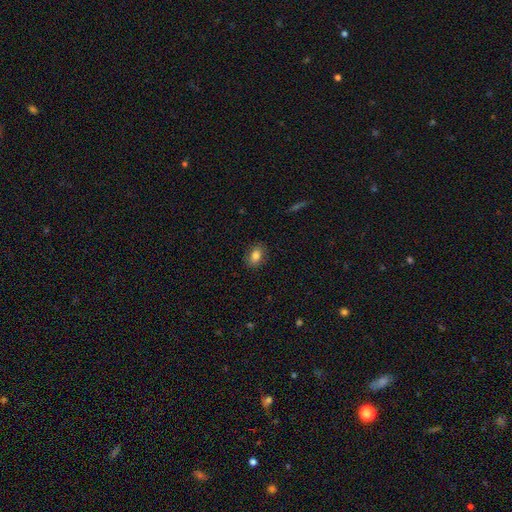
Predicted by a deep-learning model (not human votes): Smooth or featured: smooth — 82% (featured or disk — 9%)
How rounded: in between — 76% (round — 22%)
Merging: none — 86% (minor disturbance — 10%)